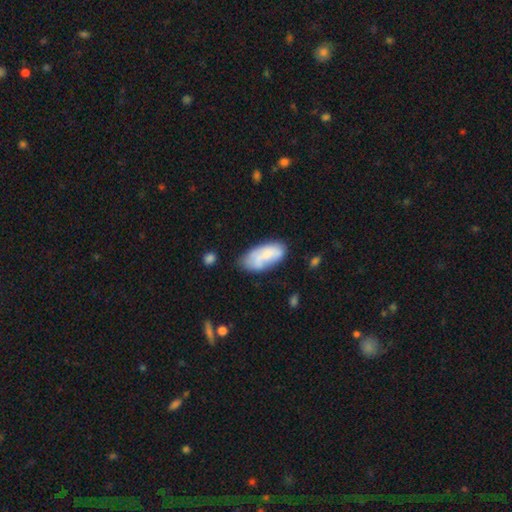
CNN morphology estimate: This appears to be a smooth galaxy with no disk features (65%) that is in between round and cigar-shaped (92%). Merging: none (53%).